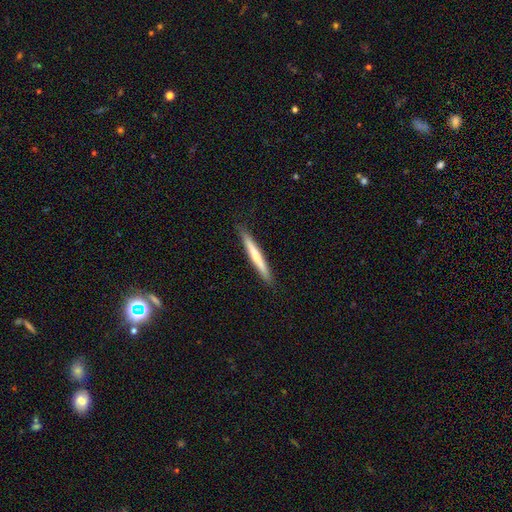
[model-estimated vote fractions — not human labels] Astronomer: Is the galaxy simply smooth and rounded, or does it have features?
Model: smooth — 57% (runner-up: featured or disk, 37%).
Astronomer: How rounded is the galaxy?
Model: cigar-shaped — 97%.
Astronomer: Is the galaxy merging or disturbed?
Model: none — 90%.